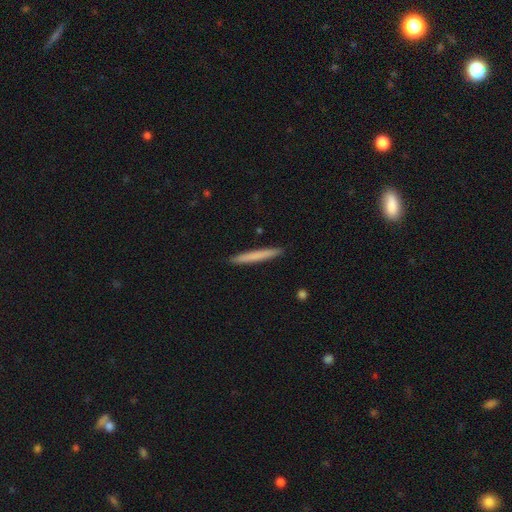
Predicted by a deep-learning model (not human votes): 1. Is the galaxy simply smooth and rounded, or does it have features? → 73% smooth, 22% featured or disk, 6% star or artifact.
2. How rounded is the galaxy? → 97% cigar-shaped, 2% in between, 1% round.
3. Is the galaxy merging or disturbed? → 92% none, 5% minor disturbance, 1% major disturbance, 1% merger.